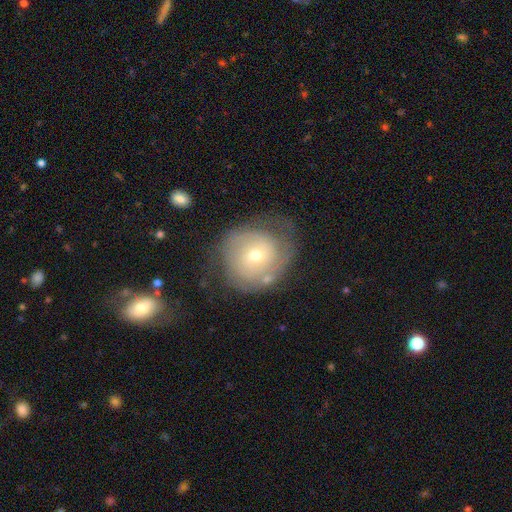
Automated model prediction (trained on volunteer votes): The model was most divided on "bulge size": small: 53%, moderate: 43%, large: 2%, dominant: 1%, none: 1%. More confident: edge-on disk — no (97%); spiral arms — yes (82%); bar — no (71%); smooth or featured — featured or disk (66%); spiral winding — tight (64%); merging — none (59%); spiral arm count — 2 (51%).